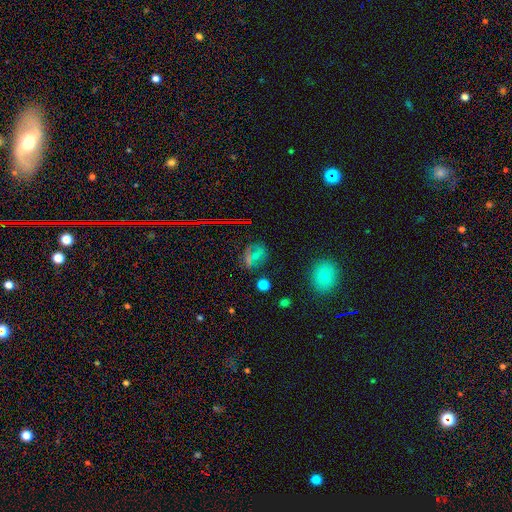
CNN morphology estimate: Smooth or featured? smooth (44%)
Merging? none (72%)